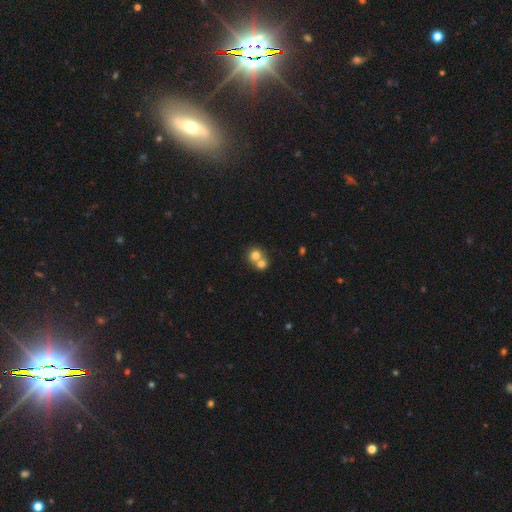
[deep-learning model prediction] This appears to be a smooth galaxy with no disk features (75%) that is round (83%). Merging: merger (62%).